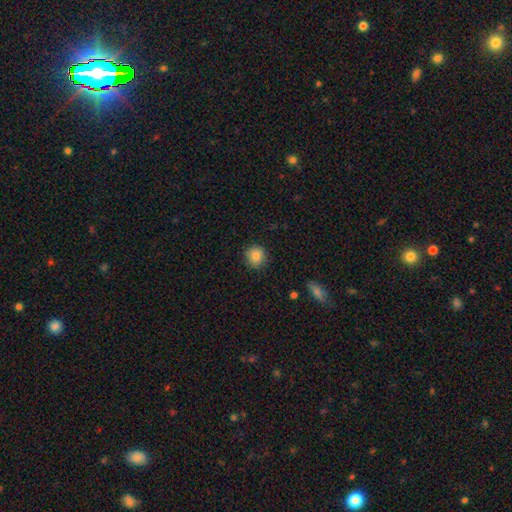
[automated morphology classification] Smooth or featured: smooth — 85% (star or artifact — 9%)
How rounded: round — 91% (in between — 8%)
Merging: none — 88% (minor disturbance — 9%)